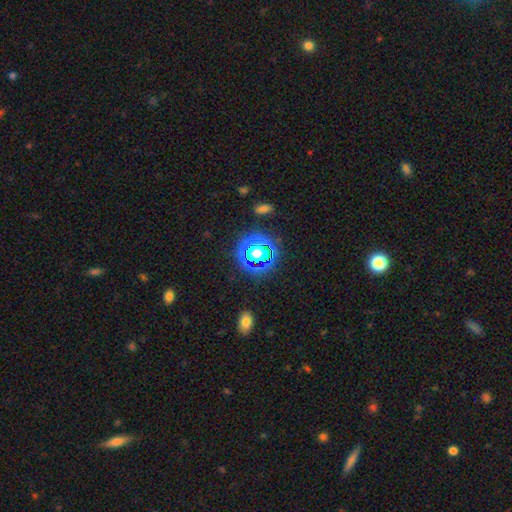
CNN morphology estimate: A star or artifact, not a galaxy (53%).